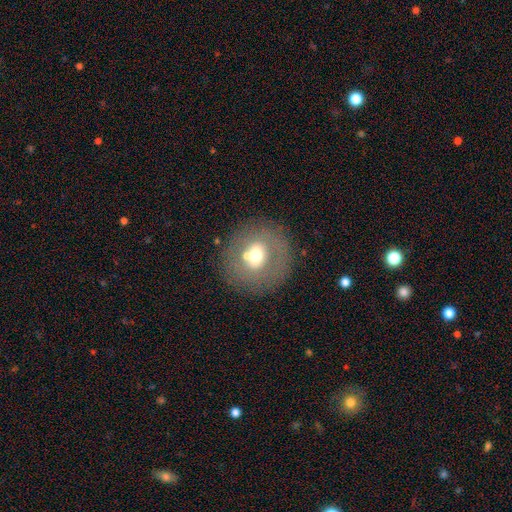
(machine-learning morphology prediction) A smooth galaxy with no disk features (50%).

Vote fractions:
- Smooth or featured? smooth: 50% / featured or disk: 39% / star or artifact: 12%
- Merging? none: 74% / minor disturbance: 11% / merger: 8% / major disturbance: 7%